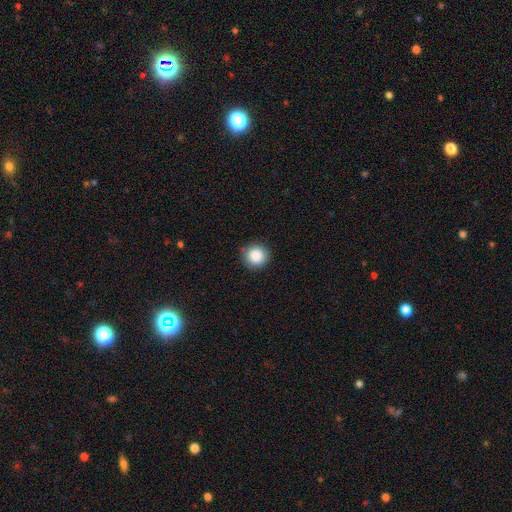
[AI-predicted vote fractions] Overall: smooth (87%). How rounded: round (94%). Merging: none (90%).